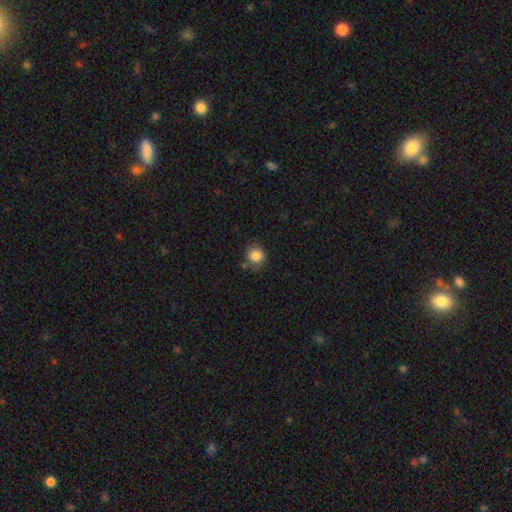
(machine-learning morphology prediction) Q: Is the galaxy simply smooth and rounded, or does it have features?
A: smooth — 85%.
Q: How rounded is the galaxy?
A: round — 85%.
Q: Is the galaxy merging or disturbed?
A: none — 76%.